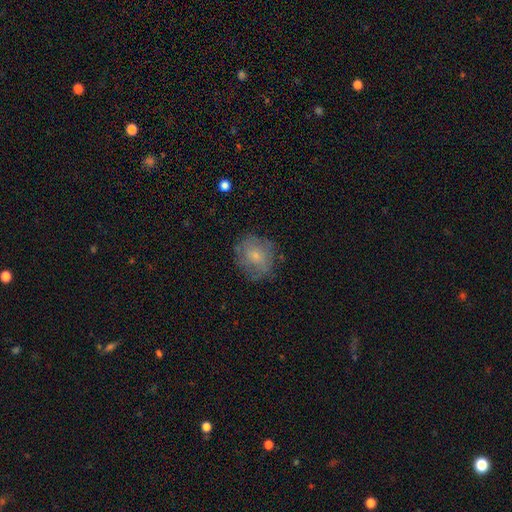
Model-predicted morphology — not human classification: Smooth or featured: smooth — 53% (featured or disk — 37%)
How rounded: round — 75% (in between — 24%)
Merging: none — 70% (minor disturbance — 20%)